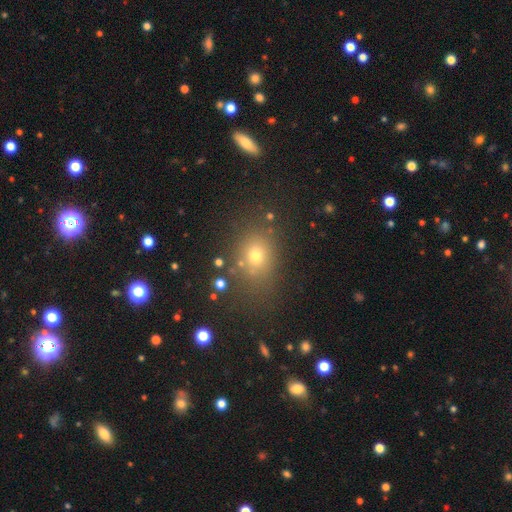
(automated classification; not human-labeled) This is likely a smooth galaxy (67%). How rounded: possibly in between (50%). Merging: likely none (77%).